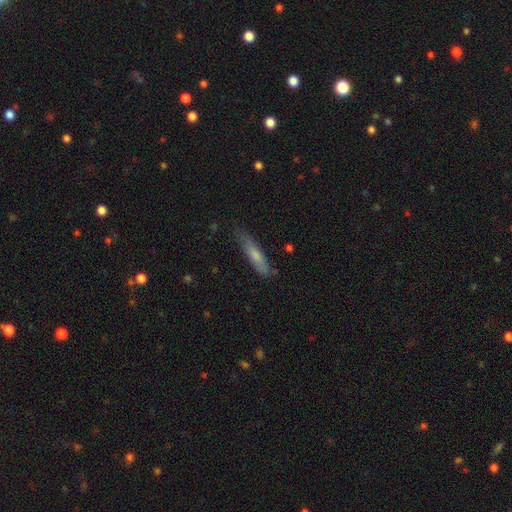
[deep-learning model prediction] smooth_or_featured: smooth (p=0.67) [alt: featured or disk p=0.27]
how_rounded: cigar-shaped (p=0.85) [alt: in between p=0.14]
merging: none (p=0.72) [alt: minor disturbance p=0.22]